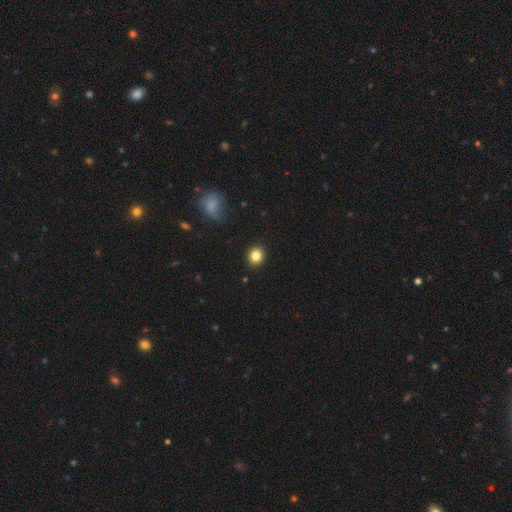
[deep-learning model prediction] This appears to be a smooth galaxy with no disk features (84%) that is round (78%). Merging: none (91%).